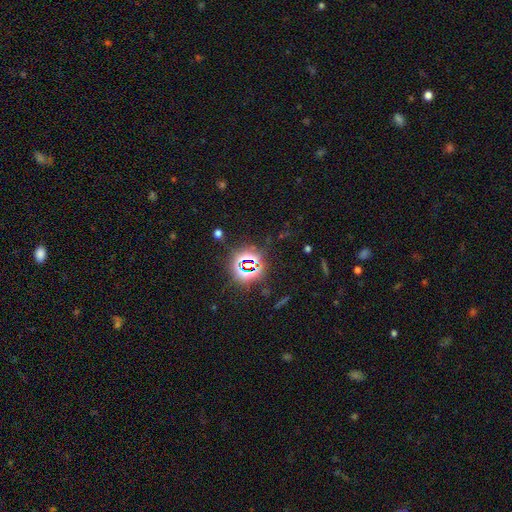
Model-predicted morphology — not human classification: Smooth or featured? star or artifact (80%)